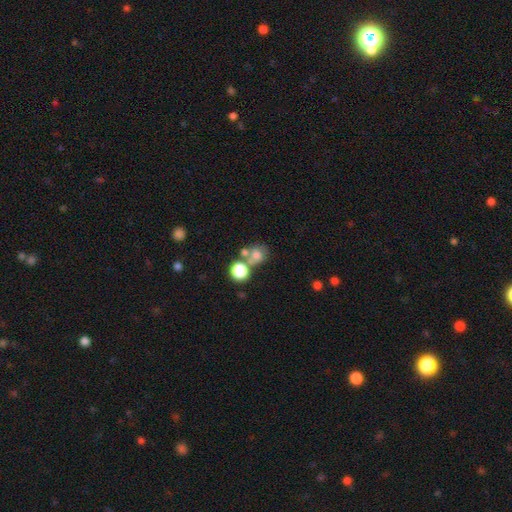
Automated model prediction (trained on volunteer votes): Q: Smooth or featured?
A: smooth (72%); runner-up: star or artifact (14%)
Q: How rounded?
A: round (76%); runner-up: in between (23%)
Q: Merging?
A: none (42%); tied with: merger (42%)